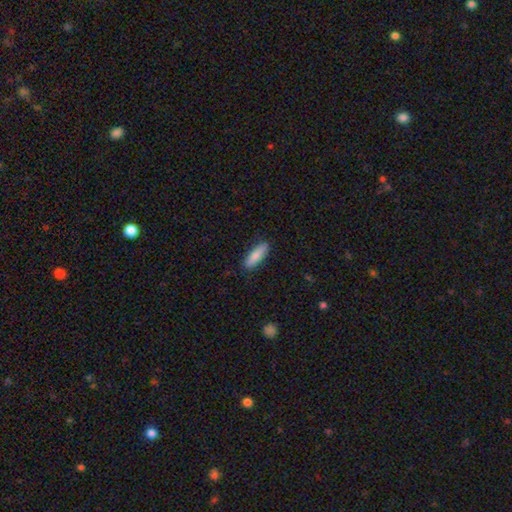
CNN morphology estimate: The model was most divided on "how rounded": cigar-shaped: 58%, in between: 40%, round: 2%. More confident: merging — none (87%); smooth or featured — smooth (84%).